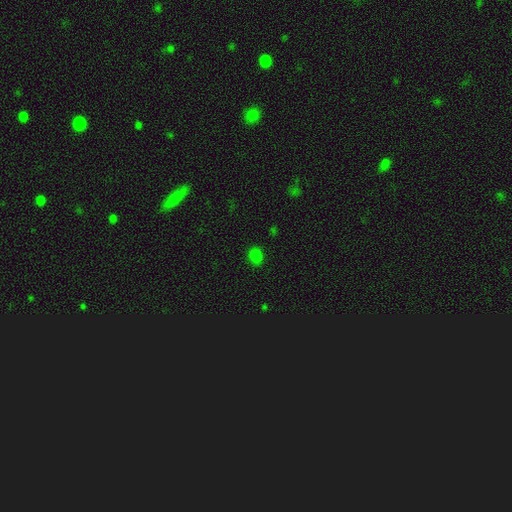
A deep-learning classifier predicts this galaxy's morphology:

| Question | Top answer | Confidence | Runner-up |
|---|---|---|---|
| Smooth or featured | smooth | 78% | star or artifact (19%) |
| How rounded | in between | 52% | round (47%) |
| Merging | none | 85% | minor disturbance (11%) |